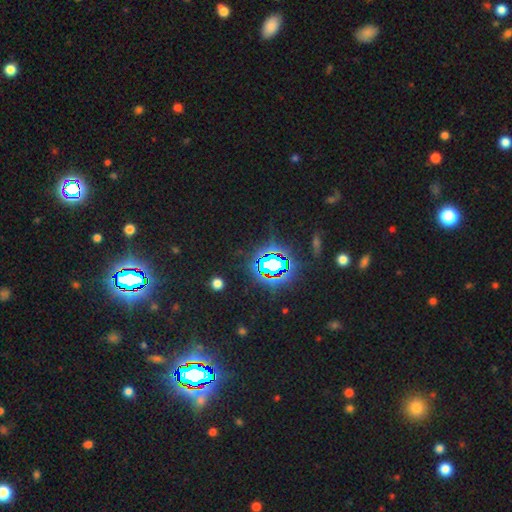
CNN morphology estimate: smooth_or_featured: star or artifact (p=0.83) [alt: smooth p=0.10]